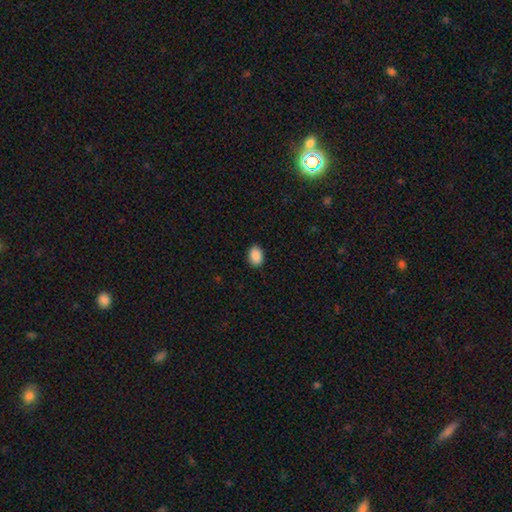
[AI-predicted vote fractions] This is clearly a smooth galaxy (90%). How rounded: likely in between (78%). Merging: clearly none (89%).